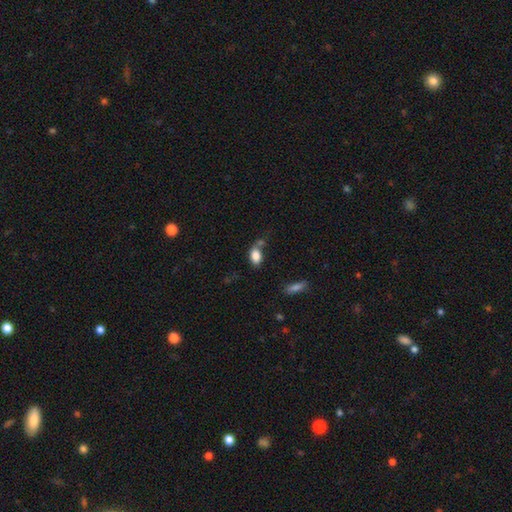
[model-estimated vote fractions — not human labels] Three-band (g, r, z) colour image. It shows a smooth galaxy with no disk features (84%) that is in between round and cigar-shaped (87%). Merging: none (53%).